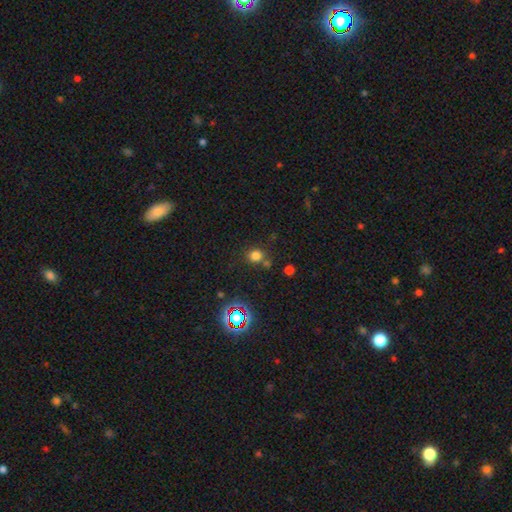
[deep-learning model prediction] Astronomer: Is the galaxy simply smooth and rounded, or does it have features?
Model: smooth — 73%.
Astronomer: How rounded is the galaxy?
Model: round — 86%.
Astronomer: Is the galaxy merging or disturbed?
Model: none — 69%.